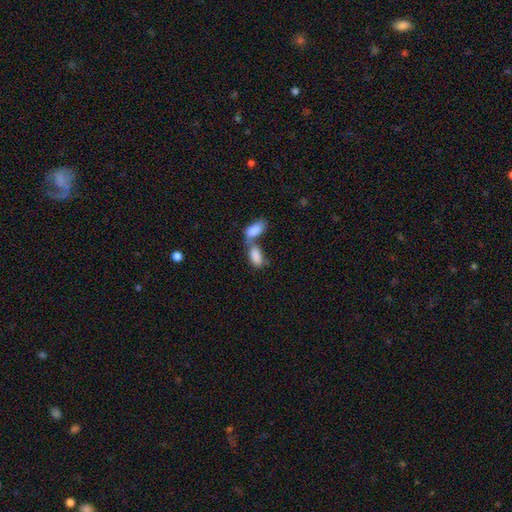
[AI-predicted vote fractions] Q: Smooth or featured?
A: smooth (84%); runner-up: featured or disk (9%)
Q: How rounded?
A: in between (92%); runner-up: cigar-shaped (5%)
Q: Merging?
A: merger (68%); runner-up: none (20%)